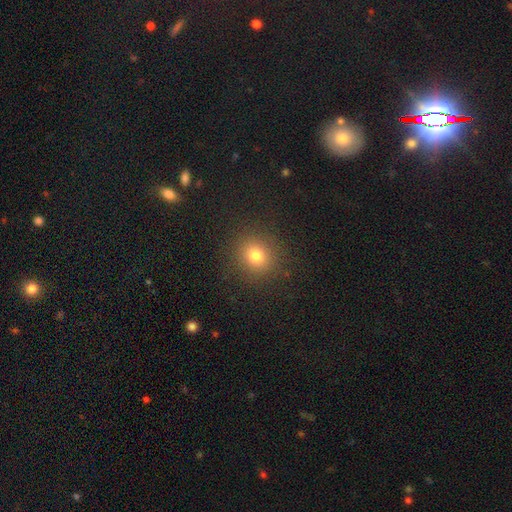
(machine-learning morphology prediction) Smooth or featured: smooth — 77% (star or artifact — 16%)
How rounded: round — 83% (in between — 16%)
Merging: none — 89% (minor disturbance — 7%)